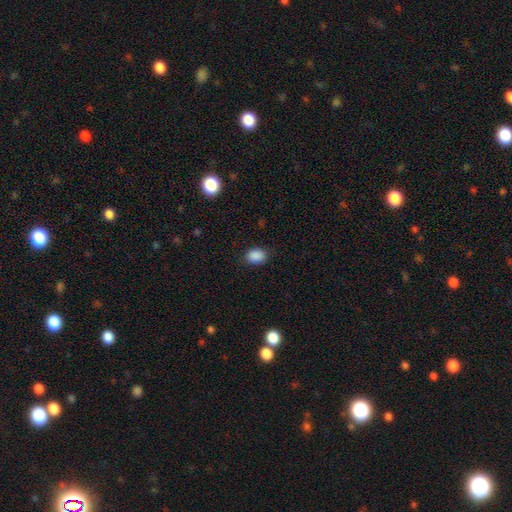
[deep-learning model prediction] The model was most divided on "how rounded": in between: 71%, round: 28%, cigar-shaped: 1%. More confident: smooth or featured — smooth (88%); merging — none (84%).